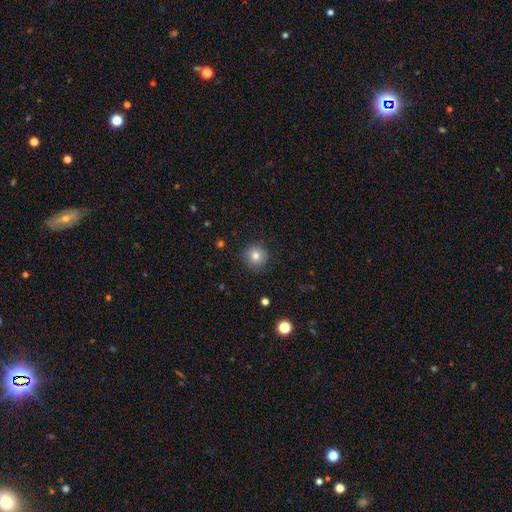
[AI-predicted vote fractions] smooth-or-featured: smooth: 80% | star or artifact: 11% | featured or disk: 10%
  how-rounded: round: 95% | in between: 4% | cigar-shaped: 1%
  merging: none: 89% | minor disturbance: 7% | major disturbance: 2% | merger: 1%